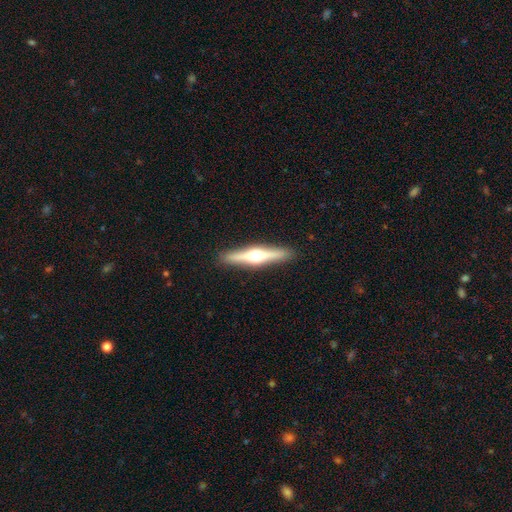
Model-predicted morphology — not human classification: smooth-or-featured: featured or disk: 70% | smooth: 25% | star or artifact: 5%
  disk-edge-on: yes: 97% | no: 3%
    edge-on-bulge: rounded: 96% | boxy: 2% | none: 2%
  merging: none: 91% | minor disturbance: 6% | major disturbance: 2% | merger: 1%